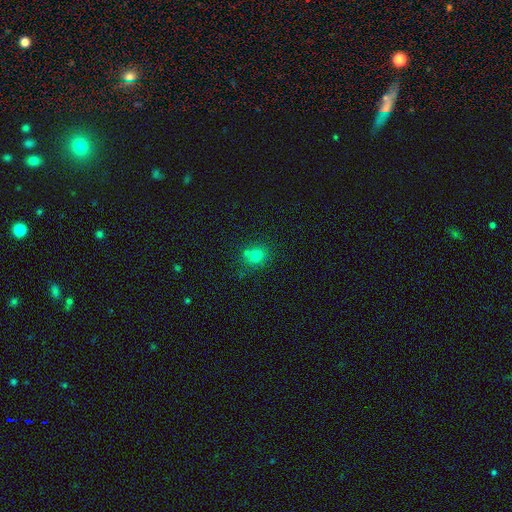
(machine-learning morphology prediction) A smooth galaxy with no disk features (74%) that is round (78%). Merging: none (64%).